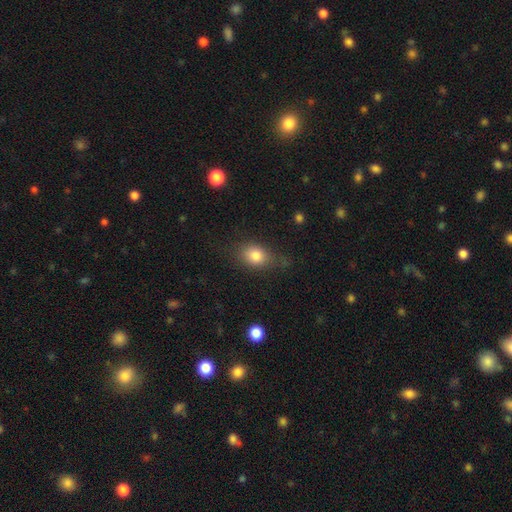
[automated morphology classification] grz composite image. It shows a smooth galaxy with no disk features (80%) that is in between round and cigar-shaped (57%). Merging: none (64%).